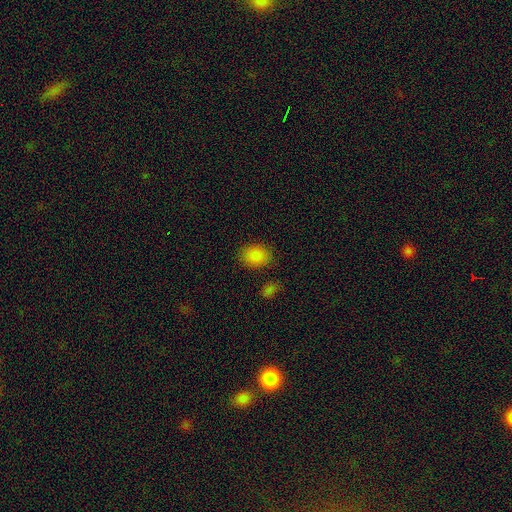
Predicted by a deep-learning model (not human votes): Q: Smooth or featured?
A: smooth (86%); runner-up: star or artifact (9%)
Q: How rounded?
A: in between (61%); runner-up: round (38%)
Q: Merging?
A: none (84%); runner-up: minor disturbance (10%)